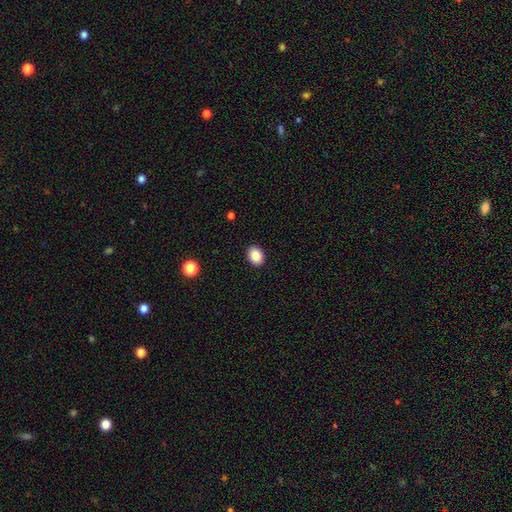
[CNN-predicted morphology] Smooth or featured? Predicted: smooth (p=0.87). How rounded? Predicted: in between (p=0.66). Merging? Predicted: none (p=0.91).